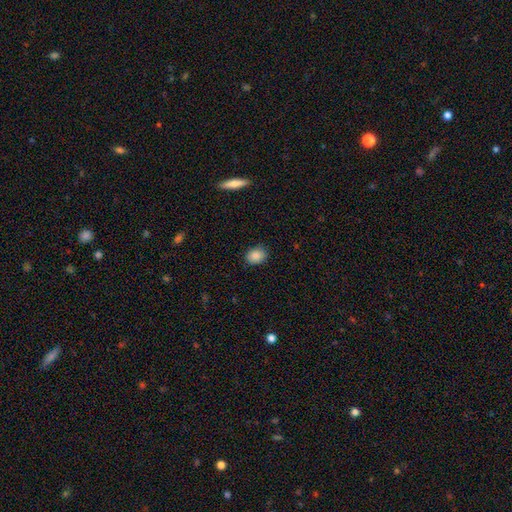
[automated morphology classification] This appears to be a smooth galaxy with no disk features (87%) that is in between round and cigar-shaped (62%). Merging: none (87%).